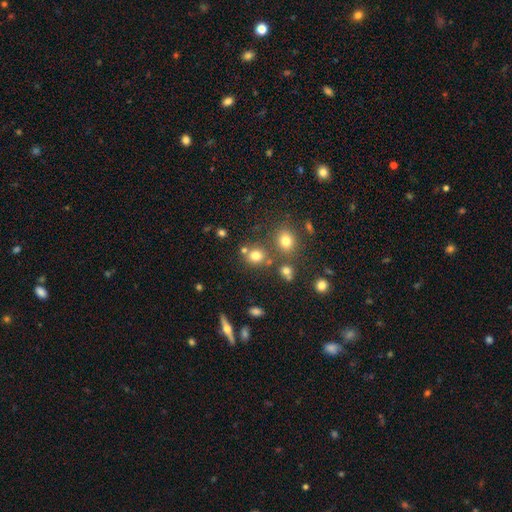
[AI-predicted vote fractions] Smooth or featured? smooth (74%)
How rounded? round (74%)
Merging? none (67%)